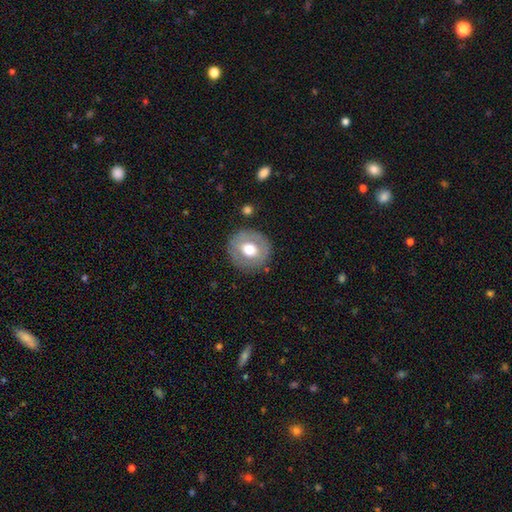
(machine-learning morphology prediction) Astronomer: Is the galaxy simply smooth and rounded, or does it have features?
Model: smooth — 56% (runner-up: featured or disk, 36%).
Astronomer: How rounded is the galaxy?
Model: round — 90%.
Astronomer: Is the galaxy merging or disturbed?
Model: none — 85%.